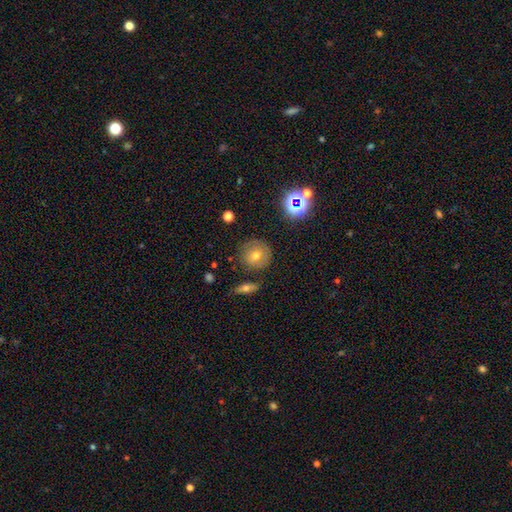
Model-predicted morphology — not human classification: type=smooth (54%); roundness=round (91%); merging=none (81%).